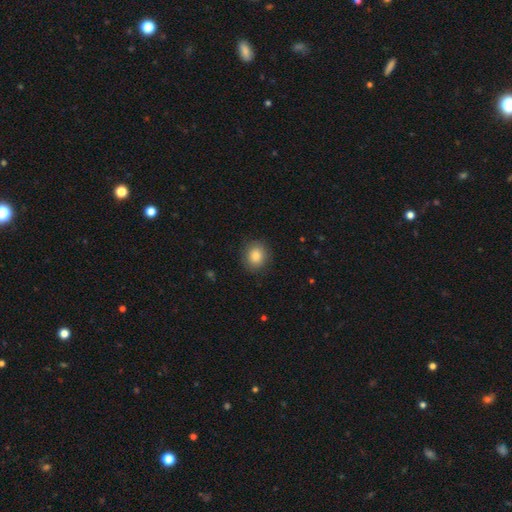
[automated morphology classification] This appears to be a smooth galaxy with no disk features (85%) that is round (73%). Merging: none (86%).